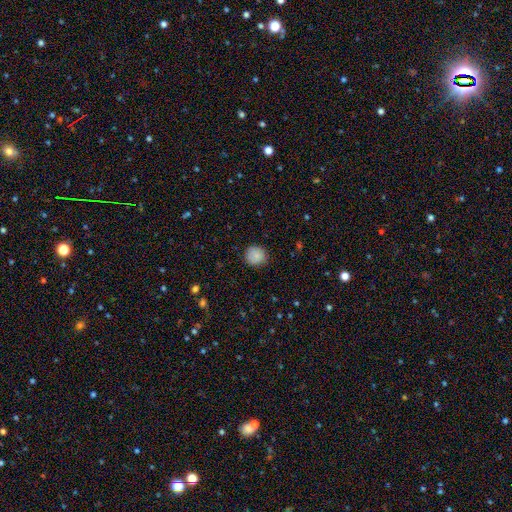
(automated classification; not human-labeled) This is clearly a smooth galaxy (86%). How rounded: clearly round (92%). Merging: clearly none (85%).